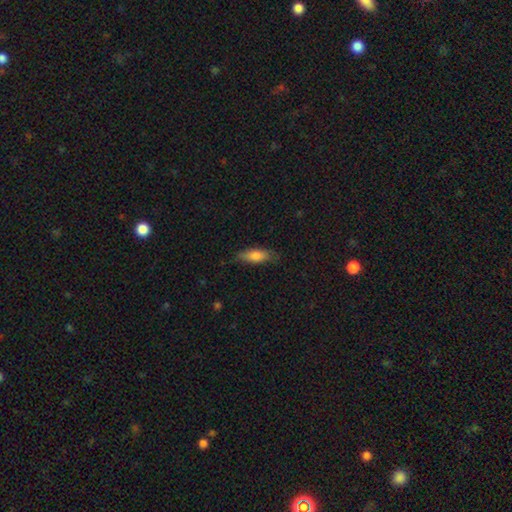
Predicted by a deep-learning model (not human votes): smooth 76%, featured or disk 18%, star or artifact 6%. Down the decision tree: how rounded — in between (61%); merging — none (75%).